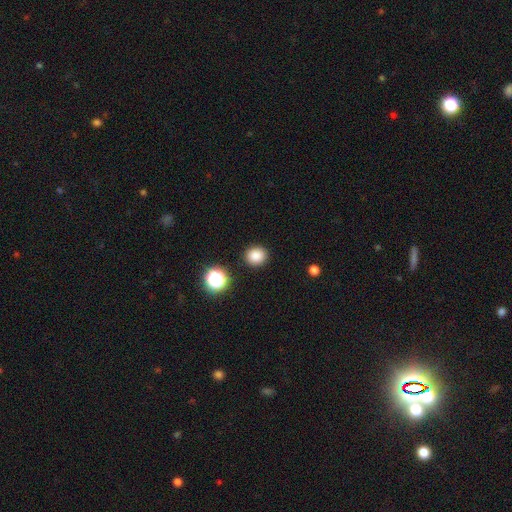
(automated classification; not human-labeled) Smooth or featured? Predicted: smooth (p=0.84). How rounded? Predicted: round (p=0.81). Merging? Predicted: none (p=0.89).